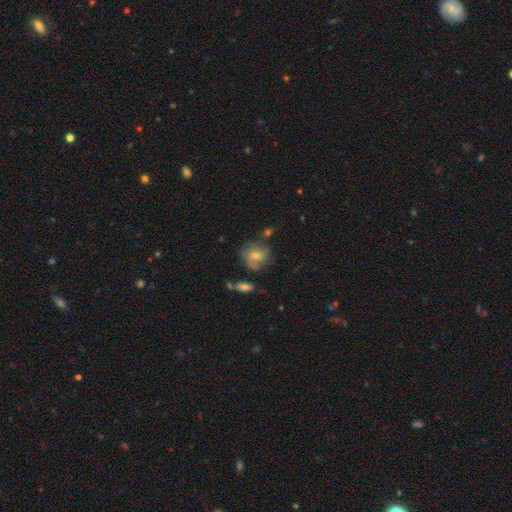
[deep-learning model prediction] Smooth or featured?
  - featured or disk: 52% *
  - smooth: 39%
  - star or artifact: 9%
Edge-on disk?
  - no: 97% *
  - yes: 3%
Merging?
  - none: 53% *
  - minor disturbance: 25%
  - major disturbance: 14%
  - merger: 8%